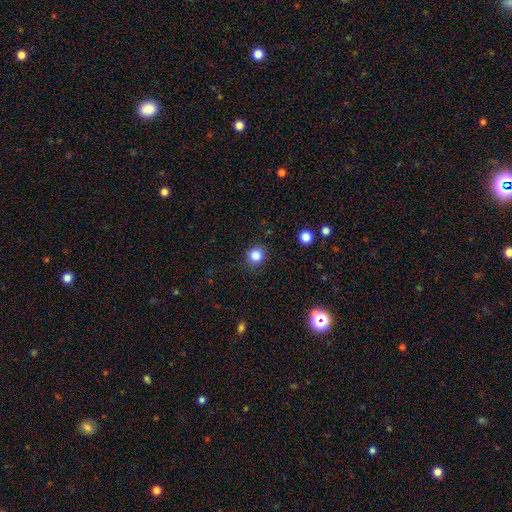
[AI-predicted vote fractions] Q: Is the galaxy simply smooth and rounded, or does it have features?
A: smooth — 83%.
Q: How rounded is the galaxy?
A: round — 87%.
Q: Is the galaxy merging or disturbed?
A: none — 87%.